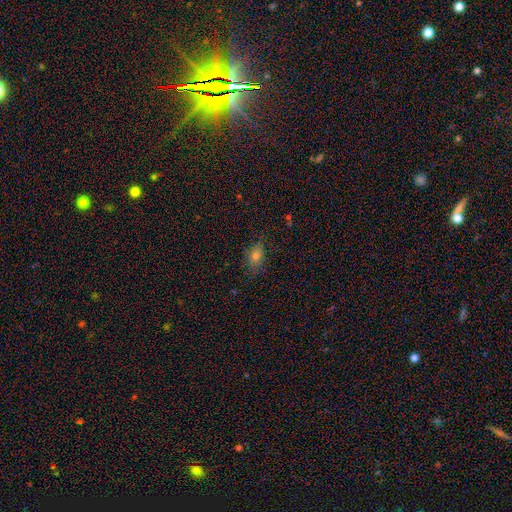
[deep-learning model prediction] smooth-or-featured: smooth: 72% | star or artifact: 15% | featured or disk: 12%
  how-rounded: in between: 73% | round: 23% | cigar-shaped: 4%
  merging: none: 75% | minor disturbance: 20% | major disturbance: 4% | merger: 1%